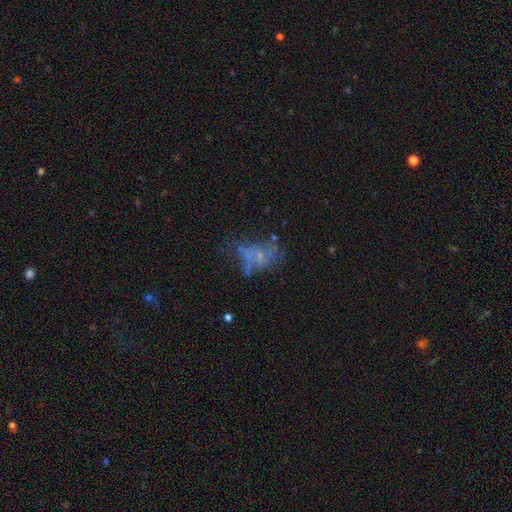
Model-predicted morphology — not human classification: Smooth or featured: featured or disk — 45% (smooth — 33%)
Merging: none — 34% (major disturbance — 32%)